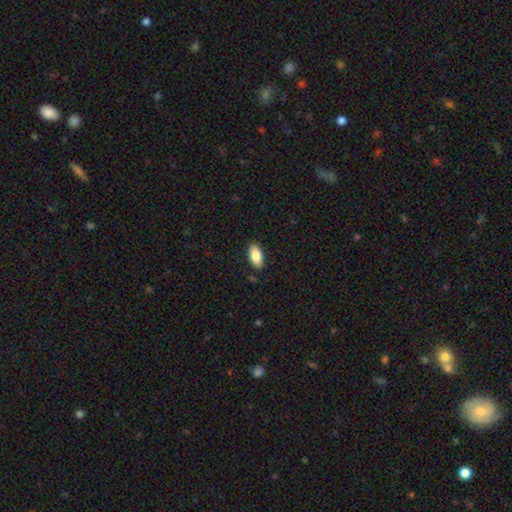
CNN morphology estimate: Smooth or featured?
  - smooth: 83% *
  - featured or disk: 10%
  - star or artifact: 7%
How rounded?
  - in between: 90% *
  - cigar-shaped: 8%
  - round: 2%
Merging?
  - none: 88% *
  - minor disturbance: 9%
  - major disturbance: 2%
  - merger: 1%